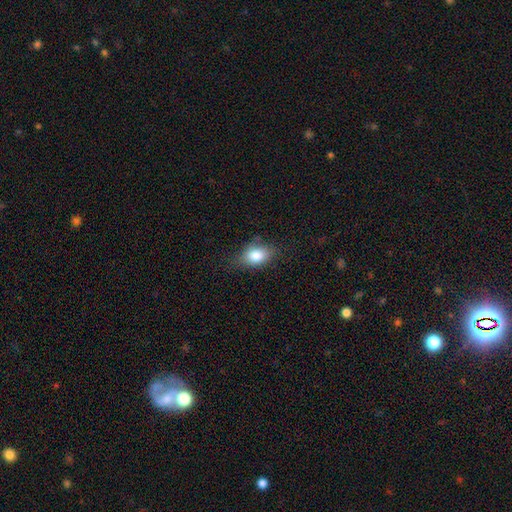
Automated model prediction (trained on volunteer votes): Smooth or featured?
  - smooth: 81% *
  - featured or disk: 10%
  - star or artifact: 9%
How rounded?
  - in between: 79% *
  - round: 19%
  - cigar-shaped: 2%
Merging?
  - none: 69% *
  - minor disturbance: 23%
  - major disturbance: 6%
  - merger: 2%